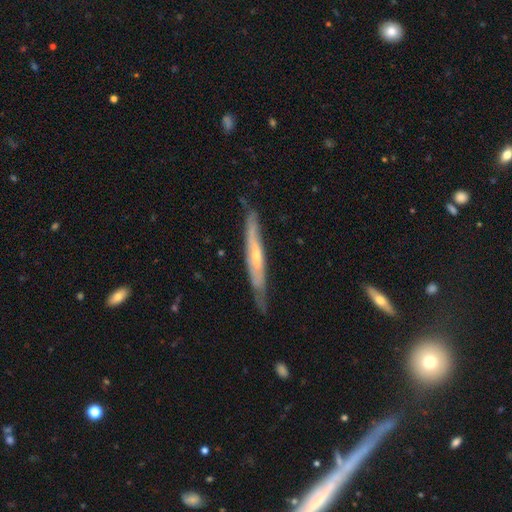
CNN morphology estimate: Overall: featured or disk (67%). Edge-on disk: yes (83%). Edge-on bulge: rounded (53%; none 42%). Merging: none (74%).